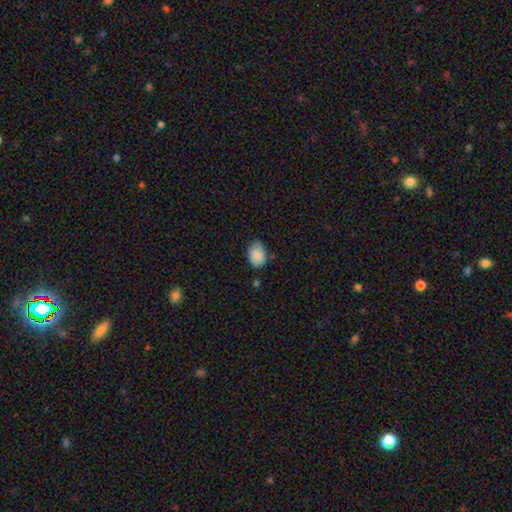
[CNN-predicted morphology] Q: Smooth or featured?
A: smooth (86%); runner-up: star or artifact (7%)
Q: How rounded?
A: in between (73%); runner-up: round (26%)
Q: Merging?
A: none (65%); runner-up: minor disturbance (28%)